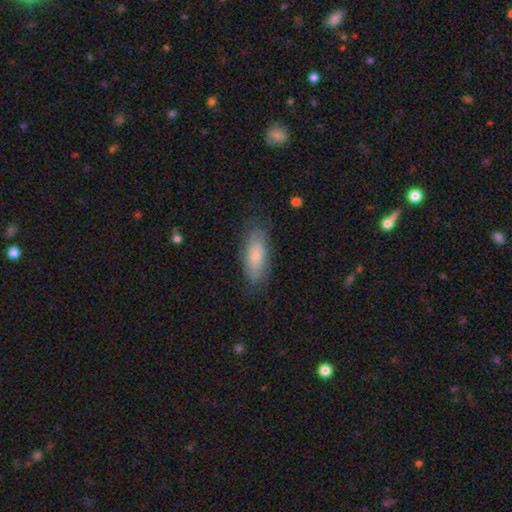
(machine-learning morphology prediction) This appears to be a smooth galaxy with no disk features (65%) that is in between round and cigar-shaped (78%). Merging: none (73%).